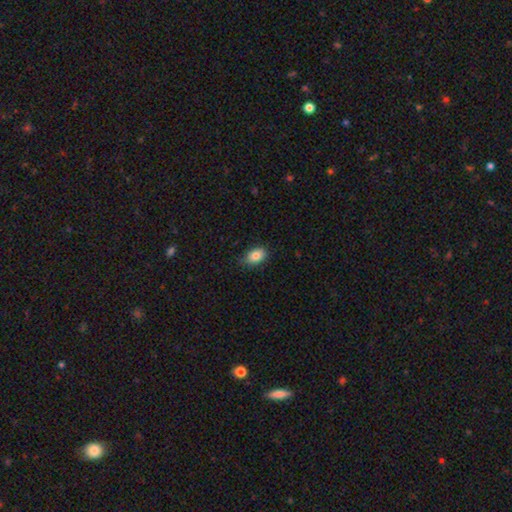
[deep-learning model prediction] This is clearly a smooth galaxy (83%). How rounded: clearly in between (86%). Merging: likely none (79%).